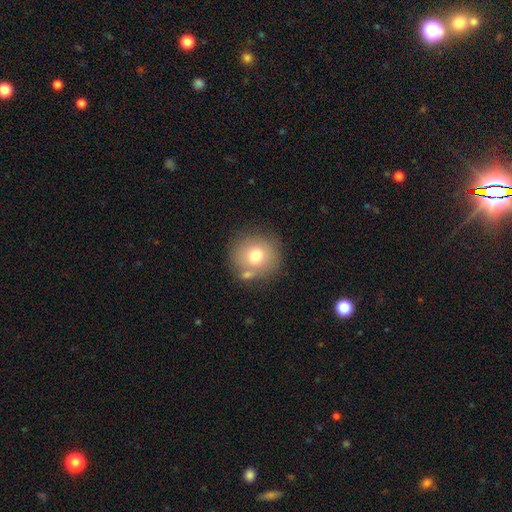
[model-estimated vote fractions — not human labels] Smooth or featured? Predicted: smooth (p=0.73). How rounded? Predicted: round (p=0.89). Merging? Predicted: none (p=0.70).